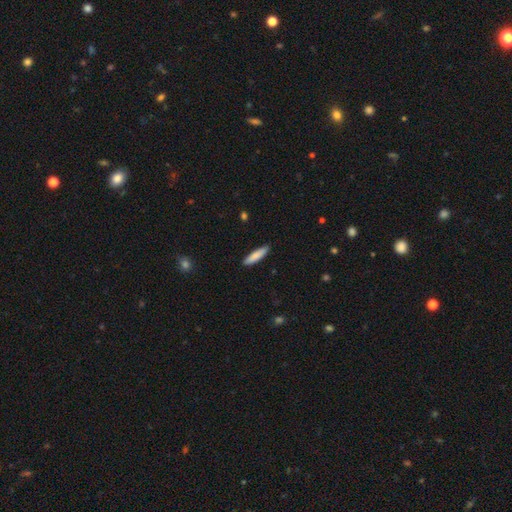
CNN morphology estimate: A smooth galaxy with no disk features (84%) that is cigar-shaped (78%).

Vote fractions:
- Smooth or featured? smooth: 84% / featured or disk: 11% / star or artifact: 6%
- How rounded? cigar-shaped: 78% / in between: 21% / round: 1%
- Merging? none: 88% / minor disturbance: 9% / major disturbance: 2% / merger: 1%